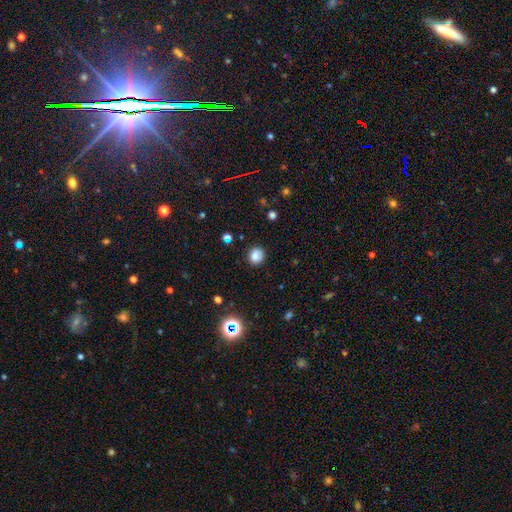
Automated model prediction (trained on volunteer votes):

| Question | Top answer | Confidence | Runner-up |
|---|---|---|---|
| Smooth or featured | smooth | 81% | star or artifact (13%) |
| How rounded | round | 83% | in between (16%) |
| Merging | none | 87% | minor disturbance (9%) |